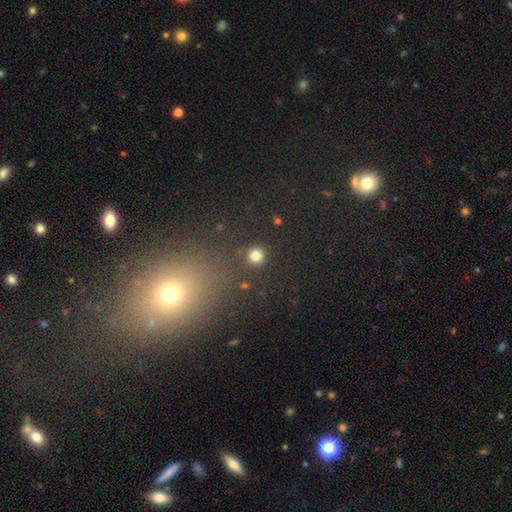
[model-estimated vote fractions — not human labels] Overall: smooth (82%). How rounded: round (93%). Merging: none (90%).